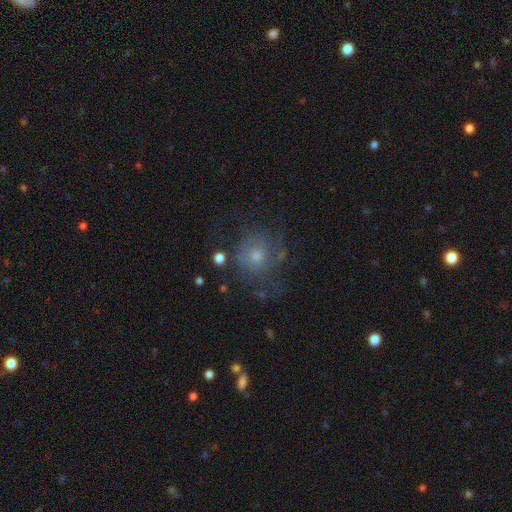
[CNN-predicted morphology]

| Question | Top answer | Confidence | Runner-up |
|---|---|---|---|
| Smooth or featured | featured or disk | 44% | smooth (41%) |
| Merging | none | 55% | major disturbance (21%) |